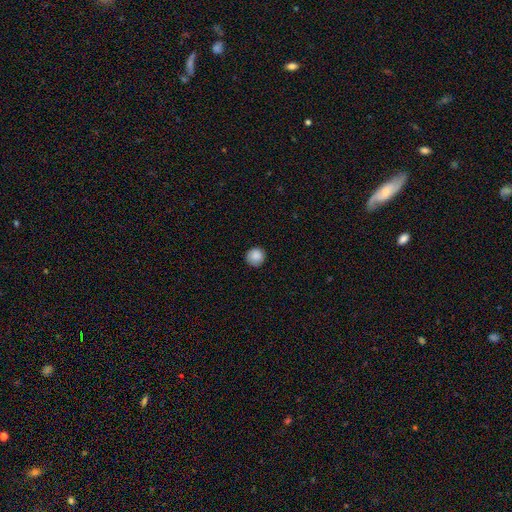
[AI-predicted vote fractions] A smooth galaxy with no disk features (87%) that is round (94%). Merging: none (87%).